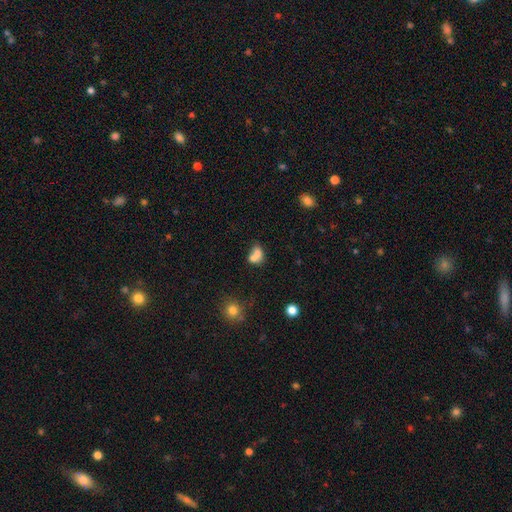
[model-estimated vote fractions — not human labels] The model was most divided on "how rounded": in between: 51%, round: 48%, cigar-shaped: 1%. More confident: smooth or featured — smooth (71%); merging — merger (65%).